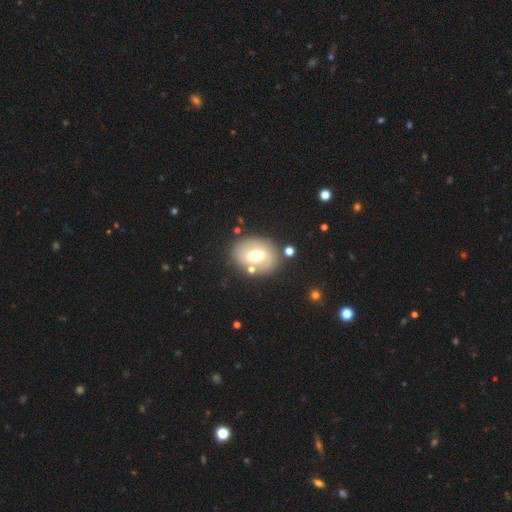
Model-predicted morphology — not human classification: Smooth or featured? featured or disk (47%)
Merging? none (76%)